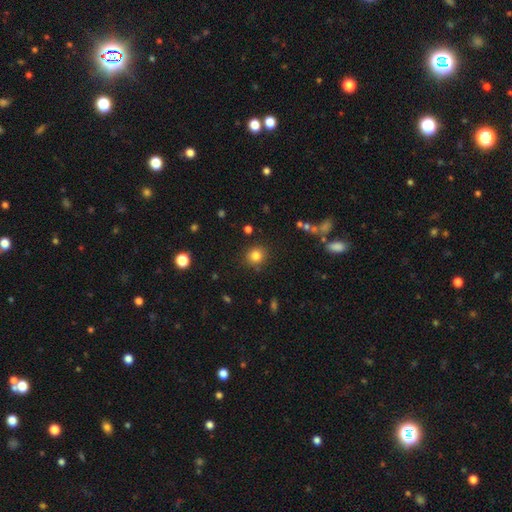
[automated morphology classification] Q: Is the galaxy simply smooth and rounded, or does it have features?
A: smooth — 82%.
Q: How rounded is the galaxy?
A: round — 85%.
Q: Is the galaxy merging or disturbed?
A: none — 88%.